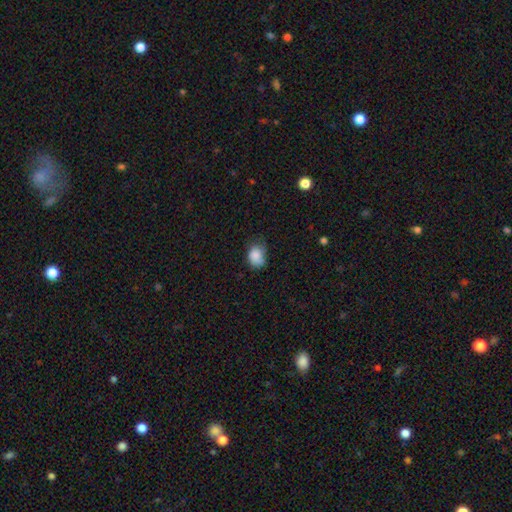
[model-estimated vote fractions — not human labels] Smooth or featured: smooth — 85% (star or artifact — 8%)
How rounded: in between — 58% (round — 41%)
Merging: none — 52% (minor disturbance — 36%)